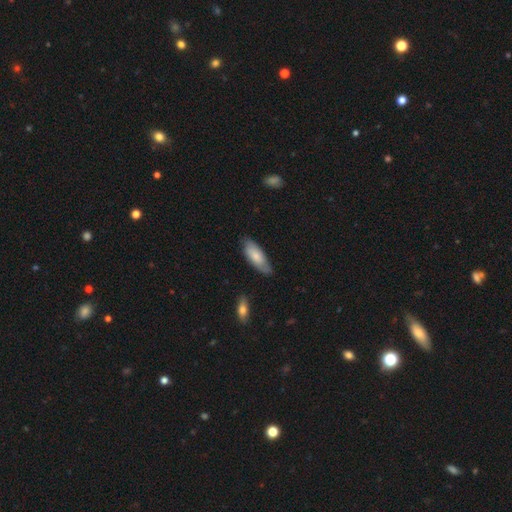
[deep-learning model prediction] A smooth galaxy with no disk features (75%) that is in between round and cigar-shaped (74%).

Vote fractions:
- Smooth or featured? smooth: 75% / featured or disk: 20% / star or artifact: 6%
- How rounded? in between: 74% / cigar-shaped: 24% / round: 2%
- Merging? none: 73% / minor disturbance: 22% / major disturbance: 4% / merger: 2%